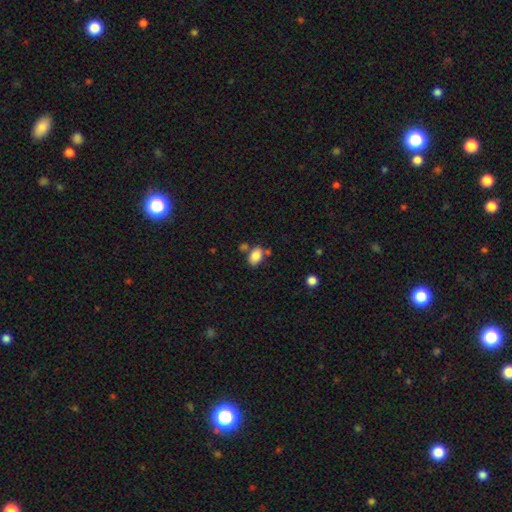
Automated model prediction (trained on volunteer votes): smooth_or_featured: smooth (p=0.86) [alt: star or artifact p=0.08]
how_rounded: in between (p=0.85) [alt: round p=0.13]
merging: none (p=0.65) [alt: merger p=0.16]